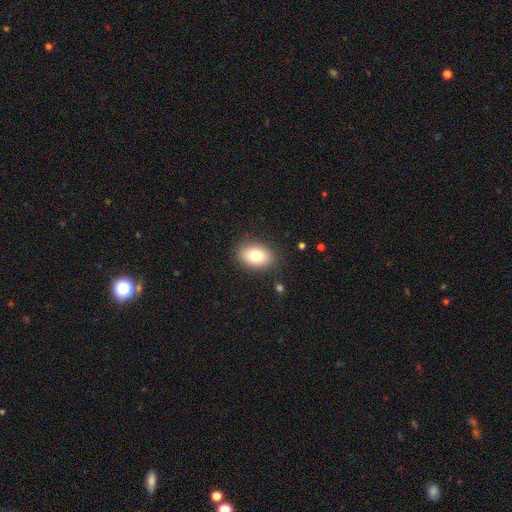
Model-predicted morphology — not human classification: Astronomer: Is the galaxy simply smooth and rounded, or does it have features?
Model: smooth — 77%.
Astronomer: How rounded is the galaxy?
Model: in between — 78%.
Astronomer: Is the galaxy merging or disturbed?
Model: none — 86%.